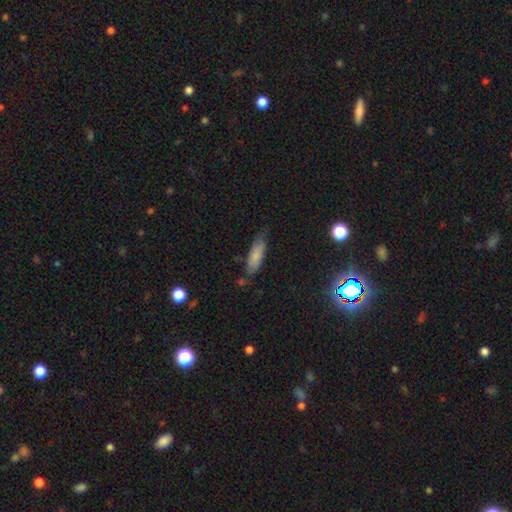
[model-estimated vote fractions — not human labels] This appears to be a smooth galaxy with no disk features (77%) that is in between round and cigar-shaped (54%). Merging: none (67%).